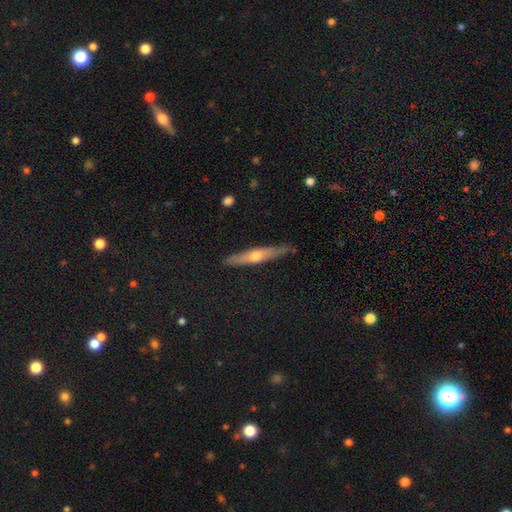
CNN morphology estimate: smooth_or_featured: featured or disk (p=0.63) [alt: smooth p=0.28]
disk_edge_on: yes (p=0.94) [alt: no p=0.06]
edge_on_bulge: rounded (p=0.88) [alt: none p=0.09]
merging: none (p=0.86) [alt: minor disturbance p=0.11]